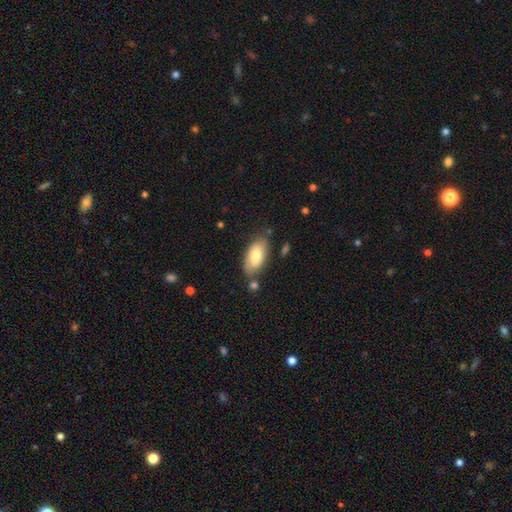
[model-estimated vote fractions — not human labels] Q: Smooth or featured?
A: smooth (77%); runner-up: featured or disk (16%)
Q: How rounded?
A: in between (91%); runner-up: cigar-shaped (6%)
Q: Merging?
A: none (72%); runner-up: minor disturbance (17%)